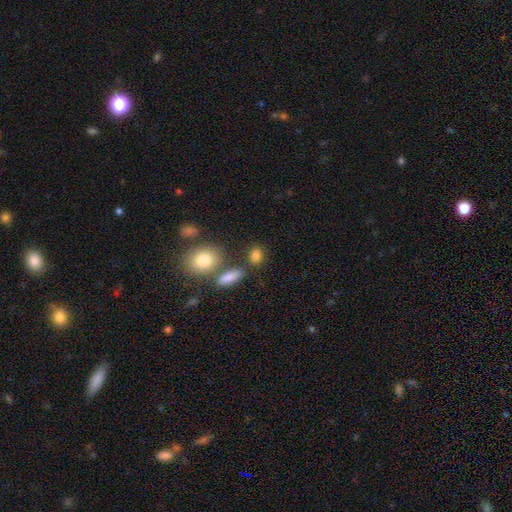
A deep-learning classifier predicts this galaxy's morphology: type=smooth (82%); roundness=in between (56%); merging=none (69%).